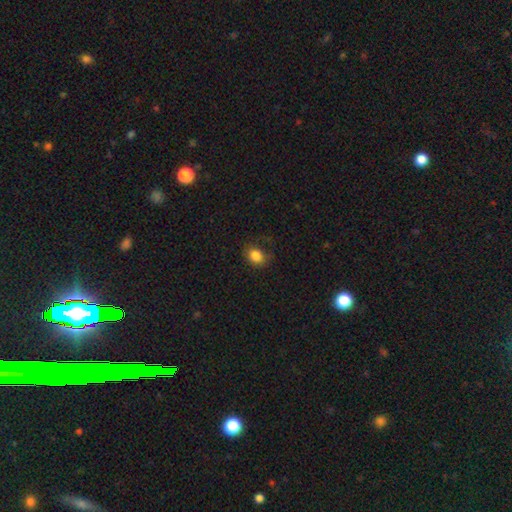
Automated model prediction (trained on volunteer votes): Q: Smooth or featured?
A: smooth (84%); runner-up: star or artifact (11%)
Q: How rounded?
A: round (60%); runner-up: in between (40%)
Q: Merging?
A: none (72%); runner-up: minor disturbance (19%)